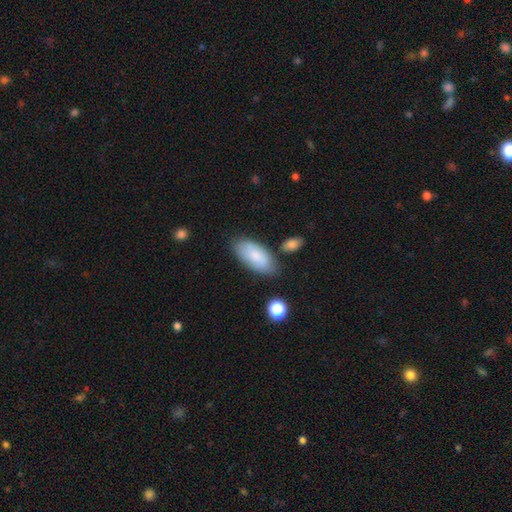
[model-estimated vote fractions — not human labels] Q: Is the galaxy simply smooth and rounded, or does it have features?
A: smooth — 82%.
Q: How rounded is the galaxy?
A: in between — 91%.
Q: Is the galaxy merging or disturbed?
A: none — 73%.